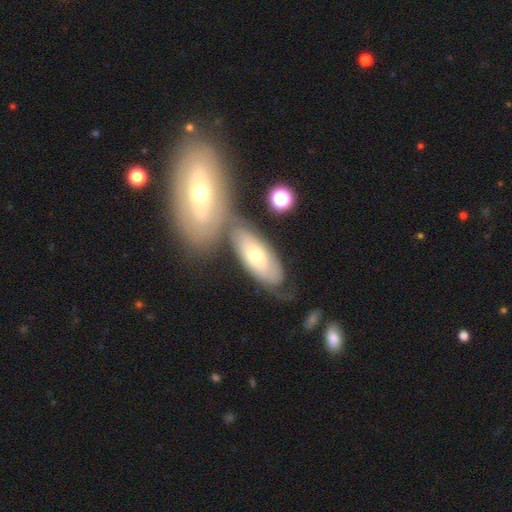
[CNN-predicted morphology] featured or disk 53%, smooth 41%, star or artifact 7%. Down the decision tree: edge-on disk — no (83%); merging — none (56%).